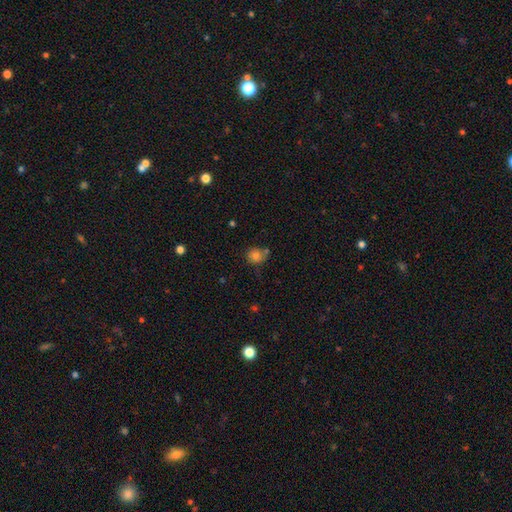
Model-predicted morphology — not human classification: This appears to be a smooth galaxy with no disk features (79%) that is round (80%). Merging: none (60%).